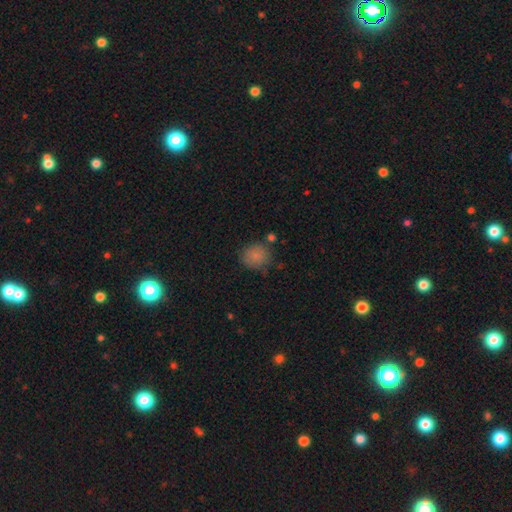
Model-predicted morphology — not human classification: Smooth or featured?
  - smooth: 85% *
  - star or artifact: 9%
  - featured or disk: 6%
How rounded?
  - round: 83% *
  - in between: 16%
  - cigar-shaped: 1%
Merging?
  - none: 72% *
  - minor disturbance: 17%
  - merger: 6%
  - major disturbance: 5%